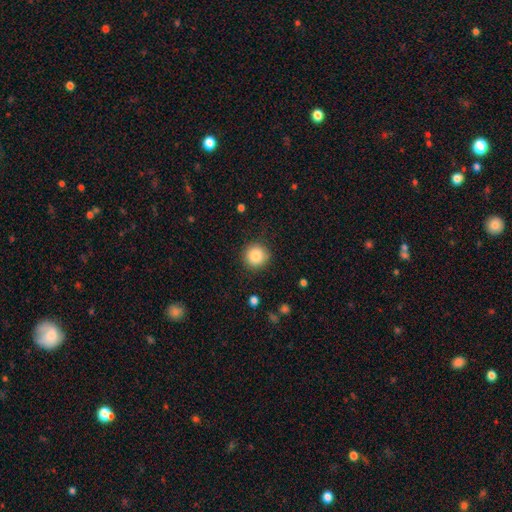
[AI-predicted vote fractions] Overall: smooth (86%). How rounded: round (94%). Merging: none (88%).